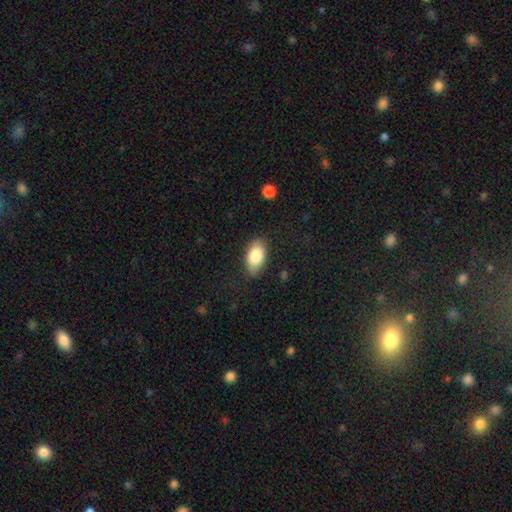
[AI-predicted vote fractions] smooth_or_featured: smooth (p=0.85) [alt: featured or disk p=0.08]
how_rounded: in between (p=0.93) [alt: round p=0.05]
merging: none (p=0.82) [alt: minor disturbance p=0.13]